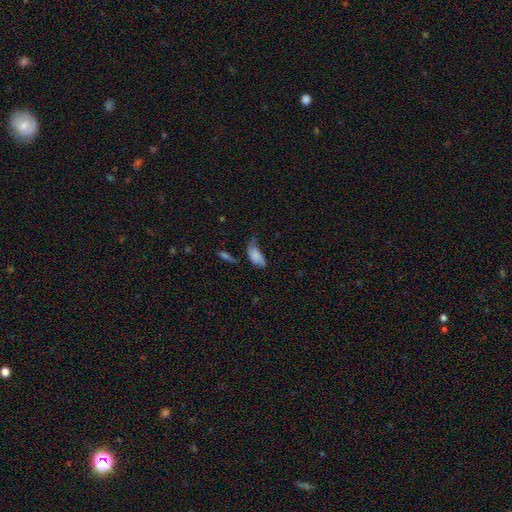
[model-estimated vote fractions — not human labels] Smooth or featured? Predicted: smooth (p=0.73). How rounded? Predicted: in between (p=0.90). Merging? Predicted: major disturbance (p=0.35).